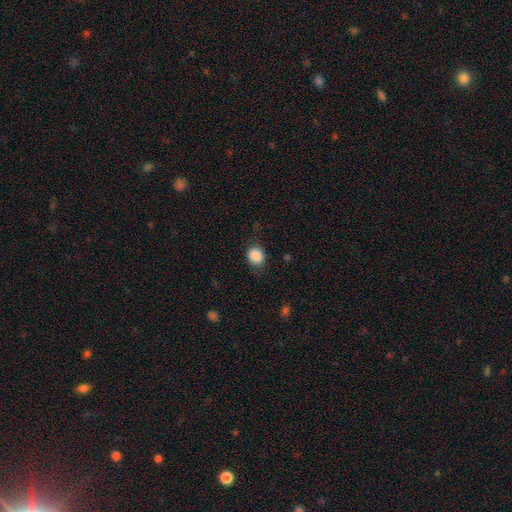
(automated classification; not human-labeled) smooth_or_featured: smooth (p=0.88) [alt: star or artifact p=0.09]
how_rounded: round (p=0.69) [alt: in between p=0.30]
merging: none (p=0.81) [alt: minor disturbance p=0.13]